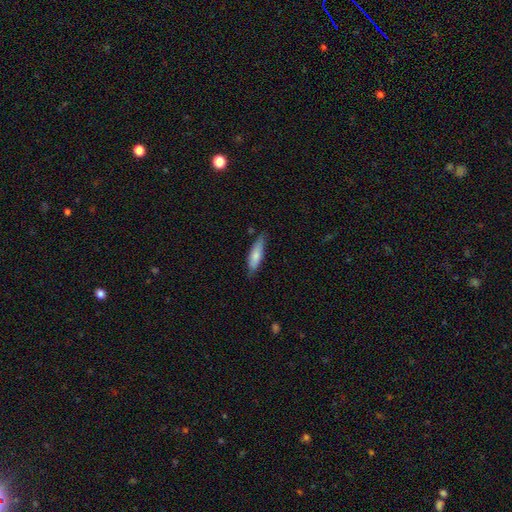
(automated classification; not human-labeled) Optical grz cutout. It shows a smooth galaxy with no disk features (77%) that is cigar-shaped (56%). Merging: none (72%).